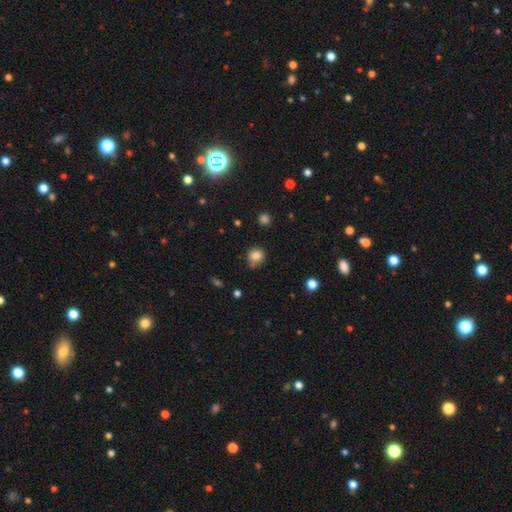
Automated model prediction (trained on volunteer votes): Morphology: type=smooth (82%); roundness=round (81%); merging=none (70%).